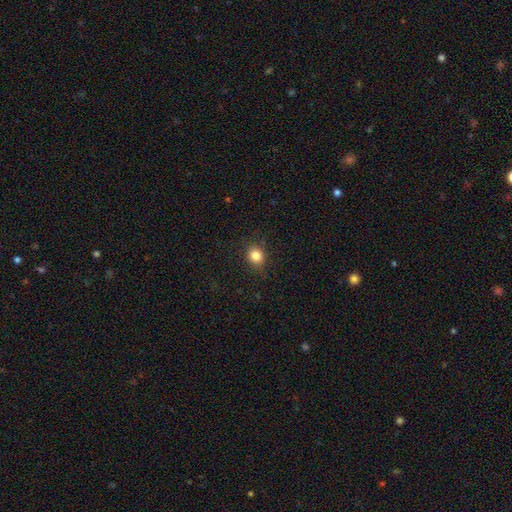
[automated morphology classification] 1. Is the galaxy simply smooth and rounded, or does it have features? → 84% smooth, 11% star or artifact, 5% featured or disk.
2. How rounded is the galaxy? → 74% round, 25% in between, 1% cigar-shaped.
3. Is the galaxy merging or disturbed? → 87% none, 10% minor disturbance, 3% major disturbance, 1% merger.